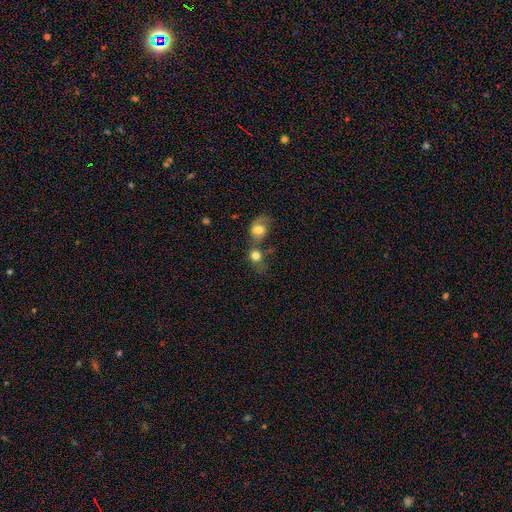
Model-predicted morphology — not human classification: Q: Smooth or featured?
A: smooth (72%); runner-up: featured or disk (19%)
Q: How rounded?
A: round (66%); runner-up: in between (33%)
Q: Merging?
A: merger (55%); runner-up: none (26%)